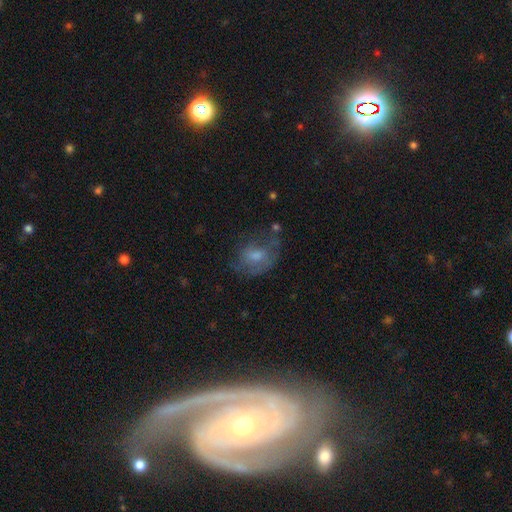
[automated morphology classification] A smooth galaxy with no disk features (46%).

Vote fractions:
- Smooth or featured? smooth: 46% / featured or disk: 39% / star or artifact: 15%
- Merging? none: 49% / minor disturbance: 26% / major disturbance: 21% / merger: 4%